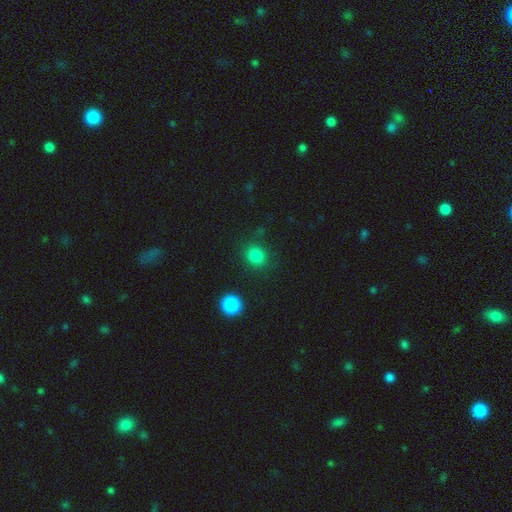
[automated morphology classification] smooth 82%, star or artifact 13%, featured or disk 4%. Down the decision tree: how rounded — round (83%); merging — none (85%).